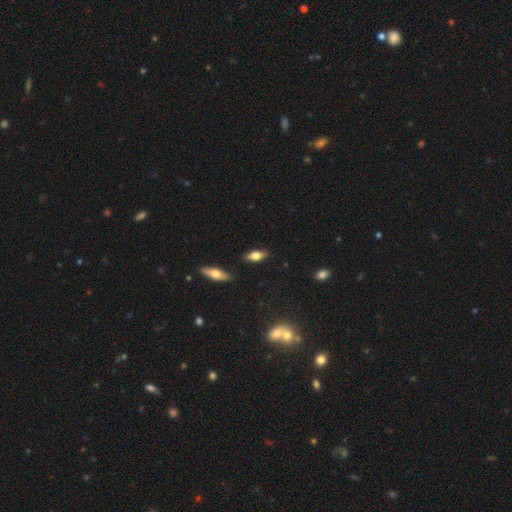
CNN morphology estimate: Smooth or featured: smooth — 65% (featured or disk — 27%)
How rounded: in between — 76% (cigar-shaped — 21%)
Merging: none — 85% (minor disturbance — 10%)